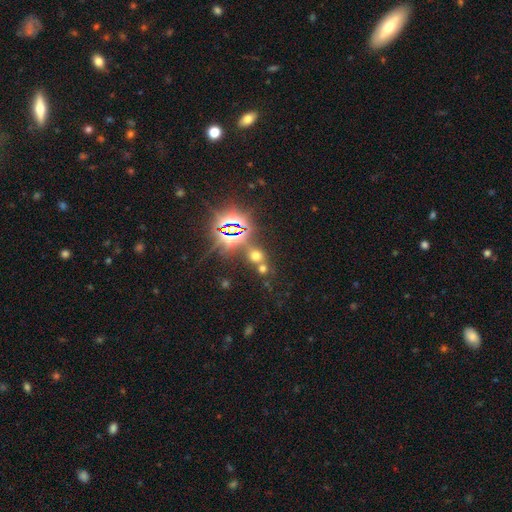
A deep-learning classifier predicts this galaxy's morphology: Smooth or featured: star or artifact — 47% (smooth — 43%)